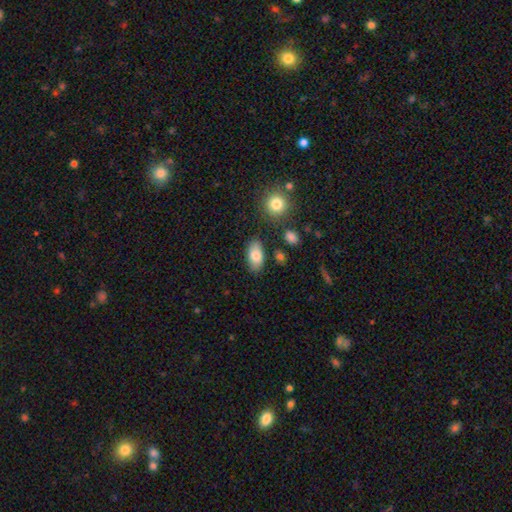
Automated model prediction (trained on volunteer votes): Smooth or featured?
  - smooth: 82% *
  - featured or disk: 11%
  - star or artifact: 7%
How rounded?
  - in between: 92% *
  - round: 5%
  - cigar-shaped: 4%
Merging?
  - none: 80% *
  - minor disturbance: 13%
  - merger: 4%
  - major disturbance: 3%